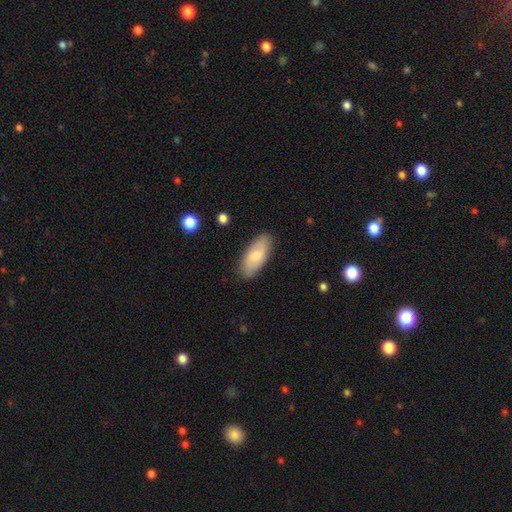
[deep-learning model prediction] smooth_or_featured: smooth (p=0.76) [alt: featured or disk p=0.18]
how_rounded: in between (p=0.87) [alt: cigar-shaped p=0.11]
merging: none (p=0.85) [alt: minor disturbance p=0.11]